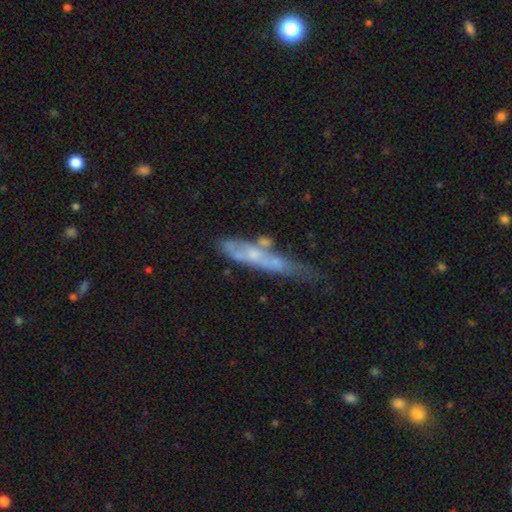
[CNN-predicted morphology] Smooth or featured: featured or disk — 56% (smooth — 35%)
Edge-on disk: no — 51% (yes — 49%)
Merging: none — 34% (minor disturbance — 27%)